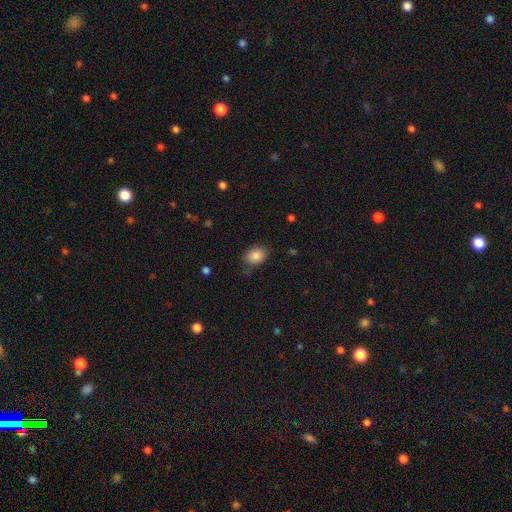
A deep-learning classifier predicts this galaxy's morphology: A smooth galaxy with no disk features (86%) that is in between round and cigar-shaped (67%).

Vote fractions:
- Smooth or featured? smooth: 86% / star or artifact: 8% / featured or disk: 5%
- How rounded? in between: 67% / round: 32% / cigar-shaped: 1%
- Merging? none: 77% / minor disturbance: 17% / major disturbance: 4% / merger: 2%